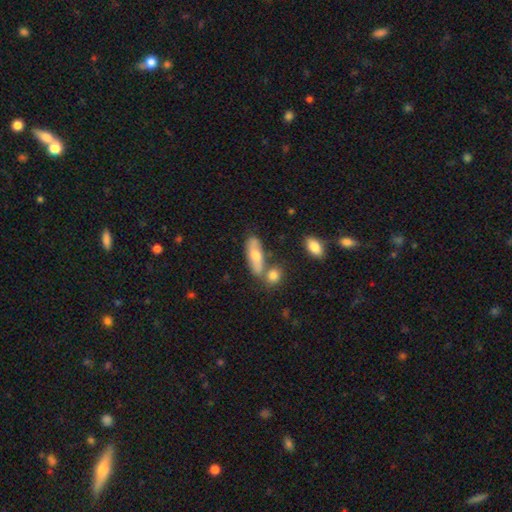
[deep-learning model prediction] smooth 57%, featured or disk 36%, star or artifact 7%. Down the decision tree: how rounded — in between (66%); merging — none (60%).